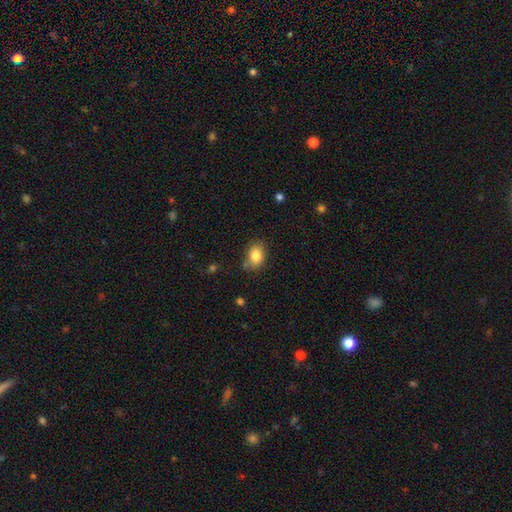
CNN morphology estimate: This is clearly a smooth galaxy (84%). How rounded: likely in between (71%). Merging: likely none (75%).